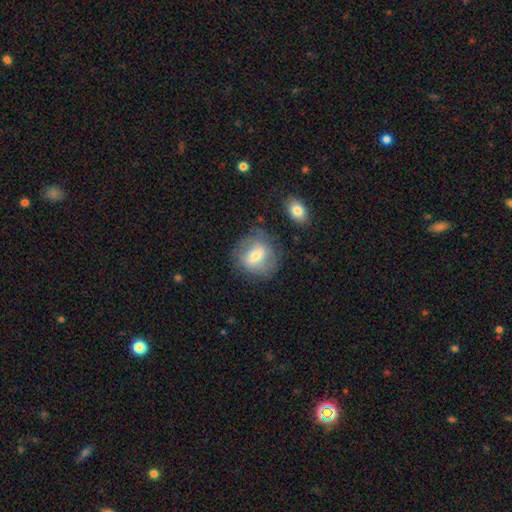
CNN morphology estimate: This appears to be a smooth galaxy with no disk features (58%) that is round (73%). Merging: none (70%).